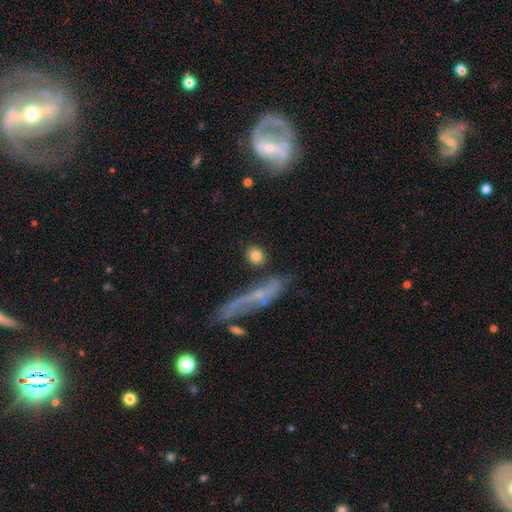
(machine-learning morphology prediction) The model was most divided on "how rounded": round: 73%, in between: 22%, cigar-shaped: 5%. More confident: smooth or featured — smooth (81%); merging — none (80%).